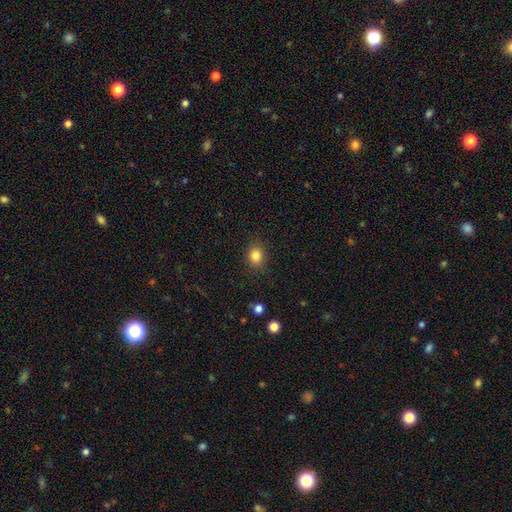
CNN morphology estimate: Q: Smooth or featured?
A: smooth (84%); runner-up: star or artifact (11%)
Q: How rounded?
A: round (65%); runner-up: in between (34%)
Q: Merging?
A: none (86%); runner-up: minor disturbance (10%)